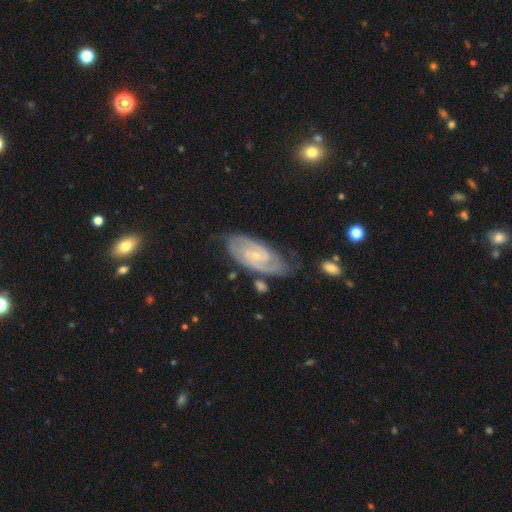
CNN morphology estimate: Smooth or featured?
  - featured or disk: 86% *
  - smooth: 8%
  - star or artifact: 6%
Edge-on disk?
  - no: 95% *
  - yes: 5%
Bar?
  - no: 60% *
  - weak: 32%
  - strong: 8%
Spiral arms?
  - yes: 96% *
  - no: 4%
Spiral winding?
  - tight: 66% *
  - medium: 28%
  - loose: 6%
Spiral arm count?
  - 2: 67% *
  - can't tell: 14%
  - 3: 10%
  - 4: 3%
  - 1: 3%
  - more than 4: 3%
Bulge size?
  - small: 77% *
  - moderate: 19%
  - none: 2%
  - large: 1%
  - dominant: 1%
Merging?
  - none: 70% *
  - minor disturbance: 20%
  - major disturbance: 6%
  - merger: 3%